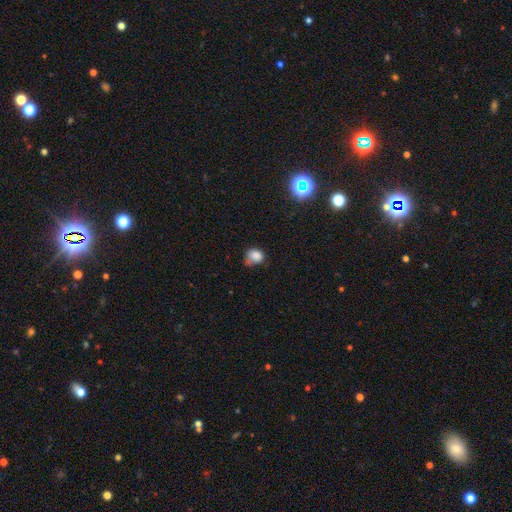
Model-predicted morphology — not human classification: Smooth or featured?
  - smooth: 80% *
  - star or artifact: 12%
  - featured or disk: 8%
How rounded?
  - round: 52% *
  - in between: 47%
  - cigar-shaped: 1%
Merging?
  - minor disturbance: 41% *
  - none: 36%
  - major disturbance: 17%
  - merger: 6%